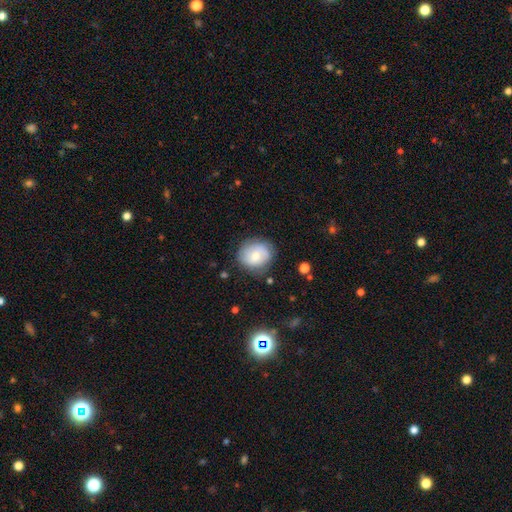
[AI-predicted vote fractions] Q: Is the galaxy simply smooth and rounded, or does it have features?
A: smooth — 52%.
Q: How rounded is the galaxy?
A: round — 77%.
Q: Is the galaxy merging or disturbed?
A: none — 75%.